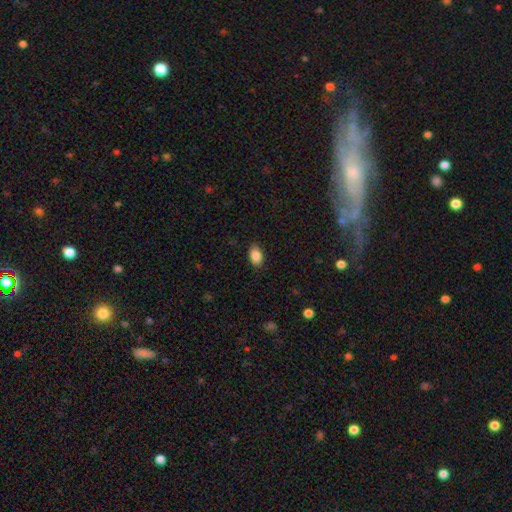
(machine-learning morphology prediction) Smooth or featured? smooth (87%)
How rounded? in between (90%)
Merging? none (87%)